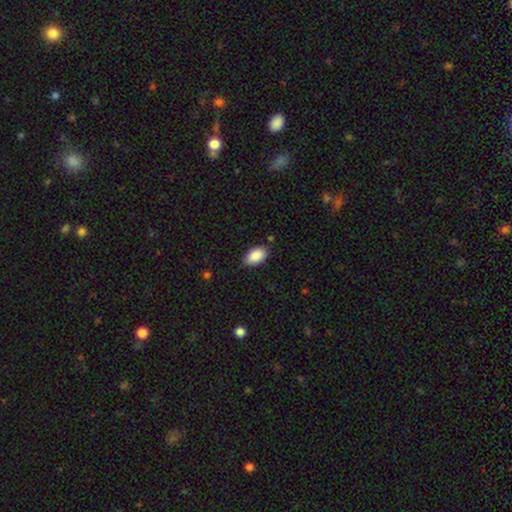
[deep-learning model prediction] A smooth galaxy with no disk features (89%) that is in between round and cigar-shaped (94%). Merging: none (81%).